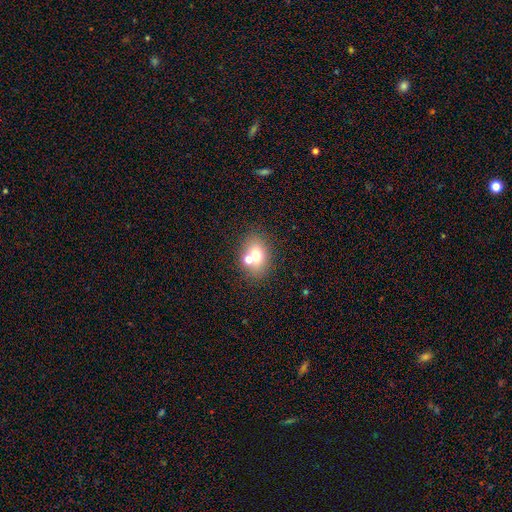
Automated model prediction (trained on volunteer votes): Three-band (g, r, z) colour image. It shows a smooth galaxy with no disk features (66%) that is in between round and cigar-shaped (58%). Merging: none (54%).